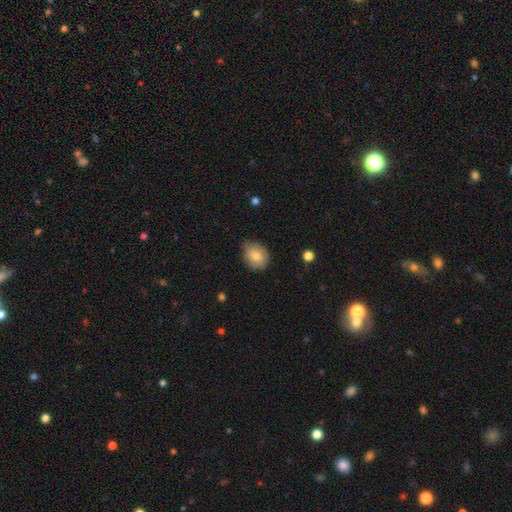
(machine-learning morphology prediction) smooth_or_featured: smooth (p=0.78) [alt: featured or disk p=0.14]
how_rounded: in between (p=0.58) [alt: round p=0.41]
merging: none (p=0.68) [alt: minor disturbance p=0.27]